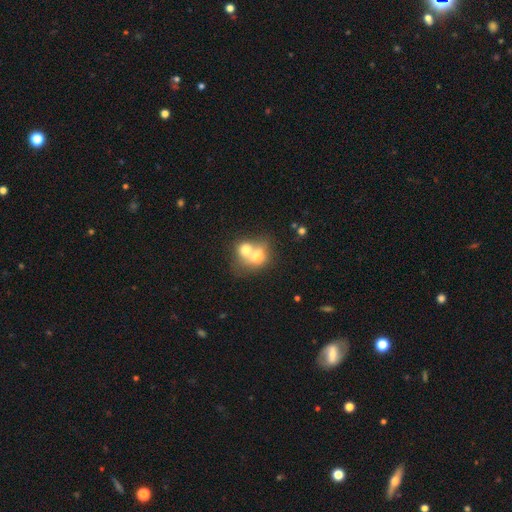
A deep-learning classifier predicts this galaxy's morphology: The model was most divided on "how rounded": round: 52%, in between: 47%, cigar-shaped: 1%. More confident: merging — merger (73%); smooth or featured — smooth (65%).